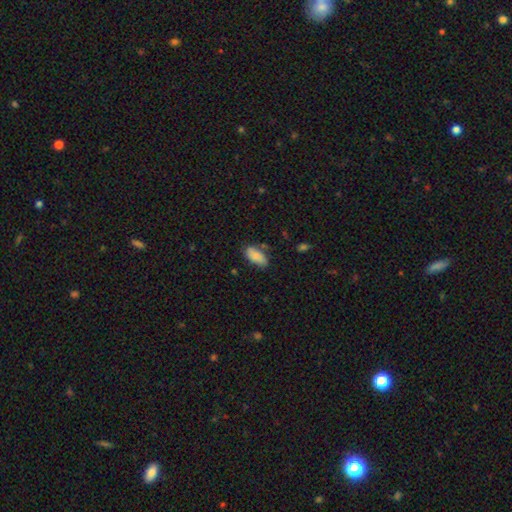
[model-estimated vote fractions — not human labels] A smooth galaxy with no disk features (81%) that is in between round and cigar-shaped (91%). Merging: none (64%).